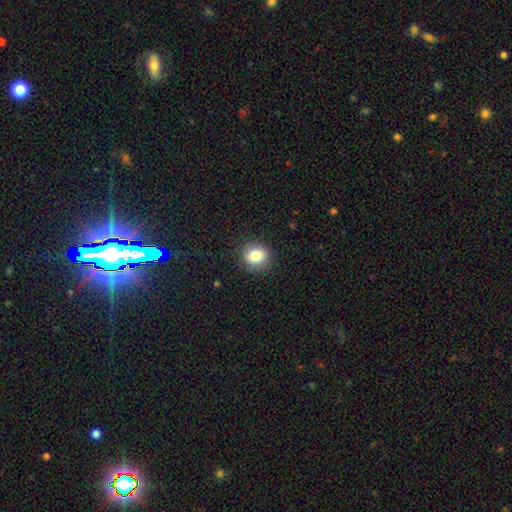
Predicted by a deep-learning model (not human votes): Overall: smooth (83%). How rounded: round (79%). Merging: none (88%).